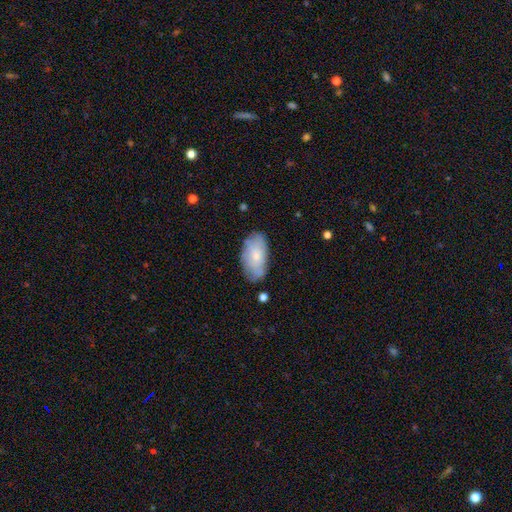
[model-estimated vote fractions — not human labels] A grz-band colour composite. It shows a smooth galaxy with no disk features (64%) that is in between round and cigar-shaped (94%). Merging: none (71%).